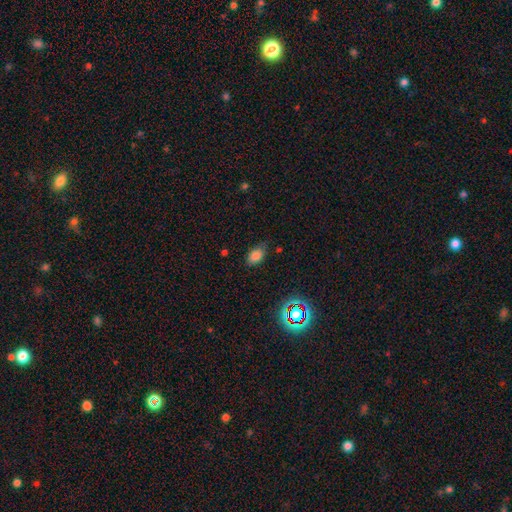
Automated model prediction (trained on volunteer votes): Smooth or featured: smooth — 79% (star or artifact — 13%)
How rounded: in between — 87% (round — 10%)
Merging: none — 69% (minor disturbance — 24%)